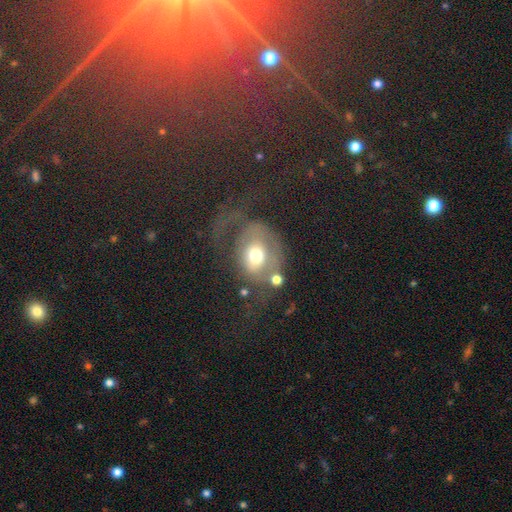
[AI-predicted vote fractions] smooth 51%, featured or disk 39%, star or artifact 10%. Down the decision tree: how rounded — round (52%); merging — major disturbance (52%).